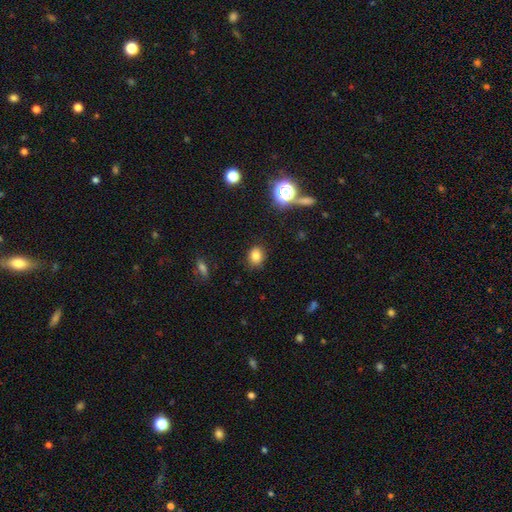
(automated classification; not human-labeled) Overall: smooth (80%). How rounded: round (54%; in between 44%). Merging: none (84%).